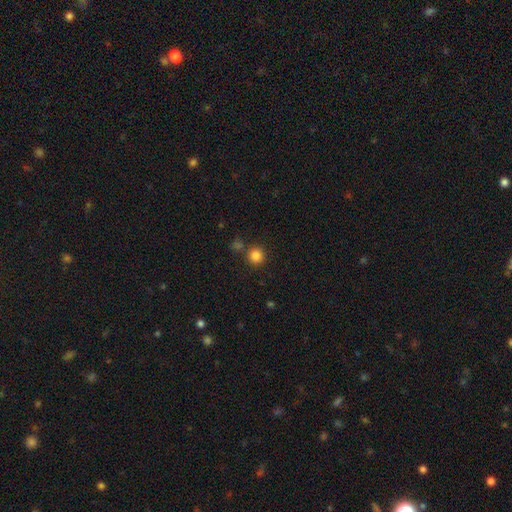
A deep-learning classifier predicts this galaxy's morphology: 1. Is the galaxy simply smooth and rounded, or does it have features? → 84% smooth, 12% star or artifact, 4% featured or disk.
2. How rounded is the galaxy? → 94% round, 5% in between, 1% cigar-shaped.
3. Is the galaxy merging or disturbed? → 81% none, 9% merger, 7% minor disturbance, 3% major disturbance.